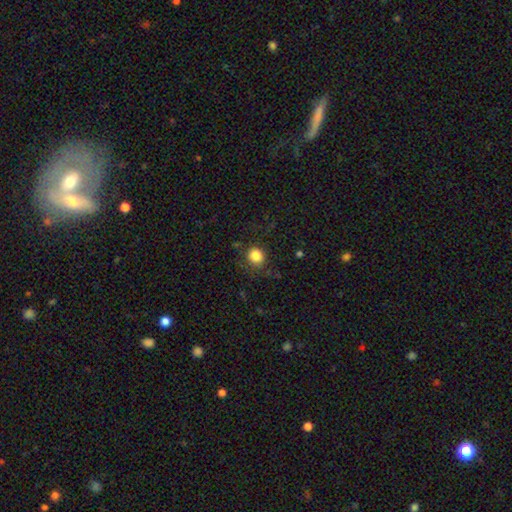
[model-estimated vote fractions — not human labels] Smooth or featured? Predicted: smooth (p=0.85). How rounded? Predicted: round (p=0.87). Merging? Predicted: none (p=0.81).